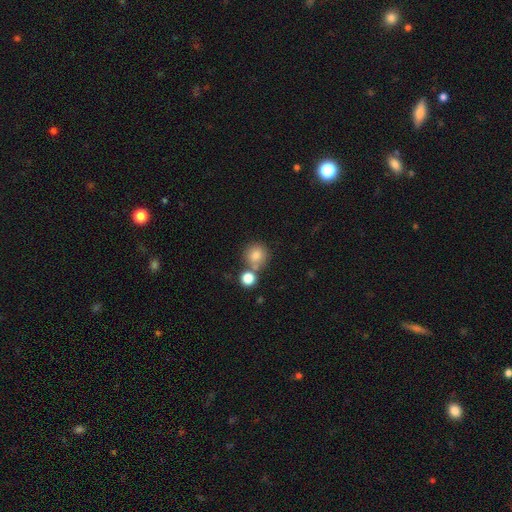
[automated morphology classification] smooth_or_featured: smooth (p=0.79) [alt: star or artifact p=0.12]
how_rounded: round (p=0.92) [alt: in between p=0.07]
merging: none (p=0.62) [alt: merger p=0.26]